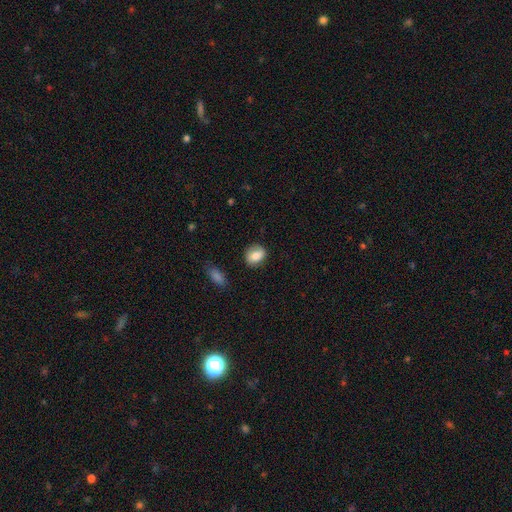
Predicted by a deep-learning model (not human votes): This appears to be a smooth galaxy with no disk features (79%) that is in between round and cigar-shaped (51%). Merging: none (77%).